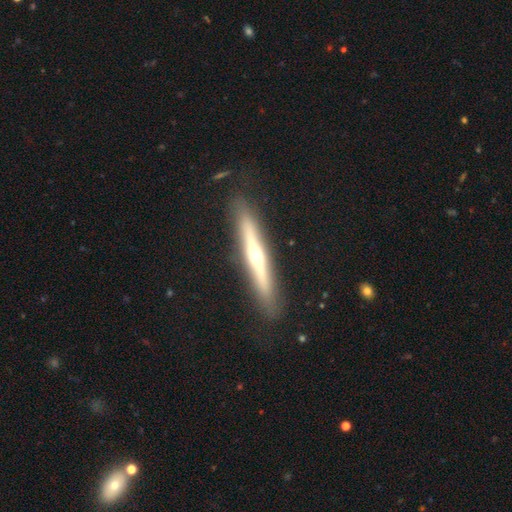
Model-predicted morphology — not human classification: smooth-or-featured: featured or disk: 67% | smooth: 27% | star or artifact: 6%
  disk-edge-on: yes: 94% | no: 6%
    edge-on-bulge: rounded: 82% | none: 15% | boxy: 3%
  merging: none: 87% | minor disturbance: 10% | major disturbance: 2% | merger: 1%